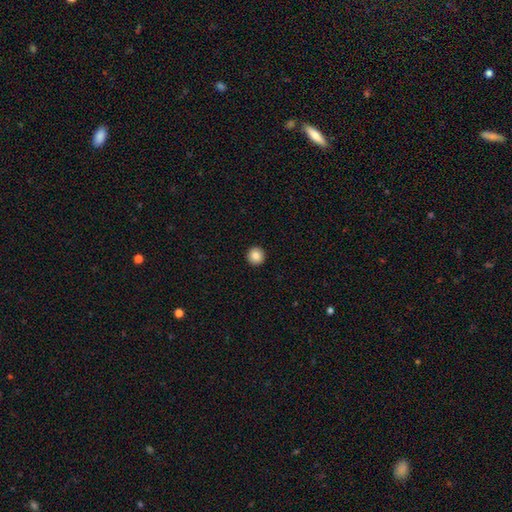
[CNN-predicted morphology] Smooth or featured?
  - smooth: 87% *
  - star or artifact: 9%
  - featured or disk: 4%
How rounded?
  - round: 96% *
  - in between: 3%
  - cigar-shaped: 1%
Merging?
  - none: 94% *
  - minor disturbance: 4%
  - major disturbance: 1%
  - merger: 1%